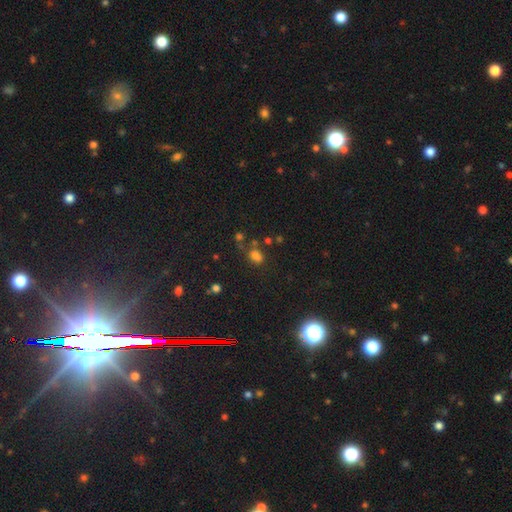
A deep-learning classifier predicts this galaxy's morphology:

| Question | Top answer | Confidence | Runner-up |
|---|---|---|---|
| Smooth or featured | smooth | 63% | star or artifact (28%) |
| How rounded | in between | 60% | round (38%) |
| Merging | none | 52% | merger (21%) |